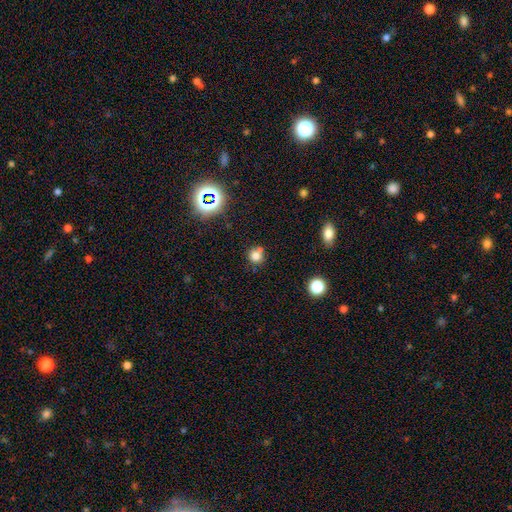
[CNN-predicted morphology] smooth 75%, star or artifact 16%, featured or disk 9%. Down the decision tree: how rounded — round (87%); merging — none (61%).